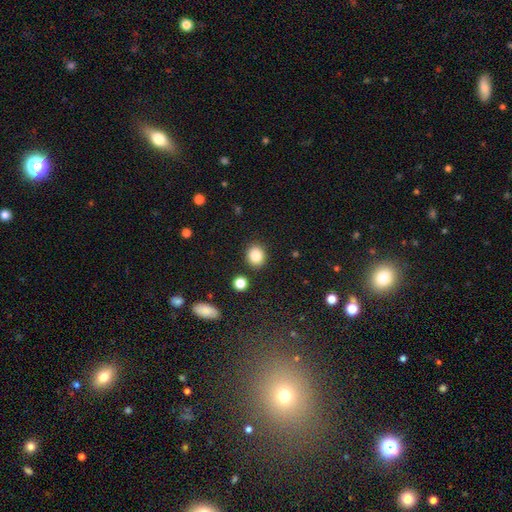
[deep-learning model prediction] Overall: smooth (85%). How rounded: round (74%). Merging: none (87%).